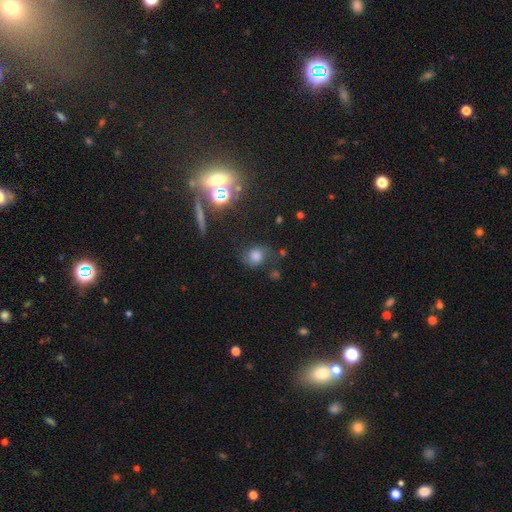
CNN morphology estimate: type=smooth (62%); roundness=round (74%); merging=none (64%).